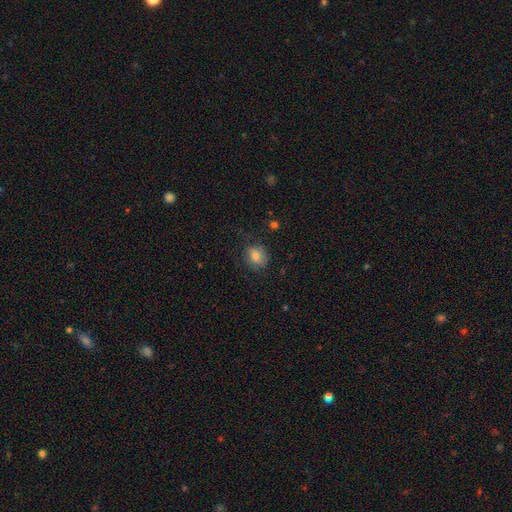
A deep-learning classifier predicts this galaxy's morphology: Q: Smooth or featured?
A: smooth (70%); runner-up: featured or disk (19%)
Q: How rounded?
A: round (61%); runner-up: in between (38%)
Q: Merging?
A: none (72%); runner-up: minor disturbance (19%)